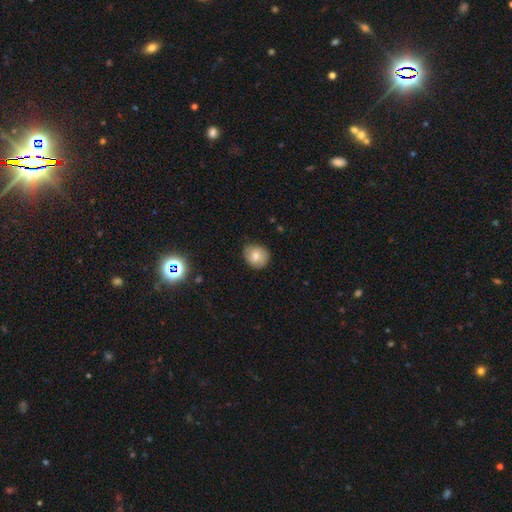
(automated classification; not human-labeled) This is likely a smooth galaxy (63%). How rounded: likely round (77%). Merging: likely none (78%).